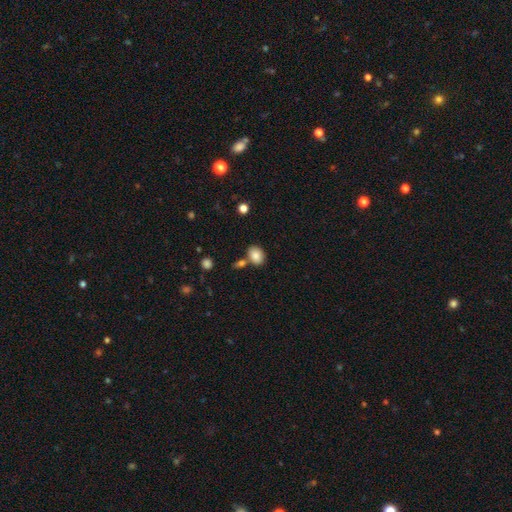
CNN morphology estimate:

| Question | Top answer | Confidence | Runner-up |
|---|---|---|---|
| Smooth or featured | smooth | 85% | star or artifact (9%) |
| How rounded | in between | 69% | round (29%) |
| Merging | none | 67% | merger (17%) |